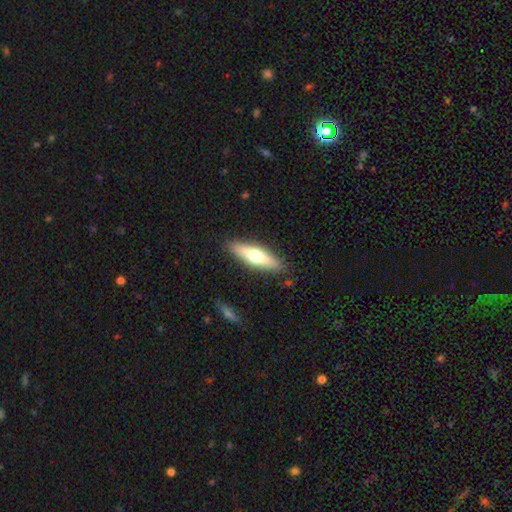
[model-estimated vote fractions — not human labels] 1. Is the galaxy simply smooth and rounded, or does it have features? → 54% smooth, 40% featured or disk, 6% star or artifact.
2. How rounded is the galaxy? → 63% cigar-shaped, 35% in between, 2% round.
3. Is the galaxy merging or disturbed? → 87% none, 9% minor disturbance, 2% major disturbance, 1% merger.